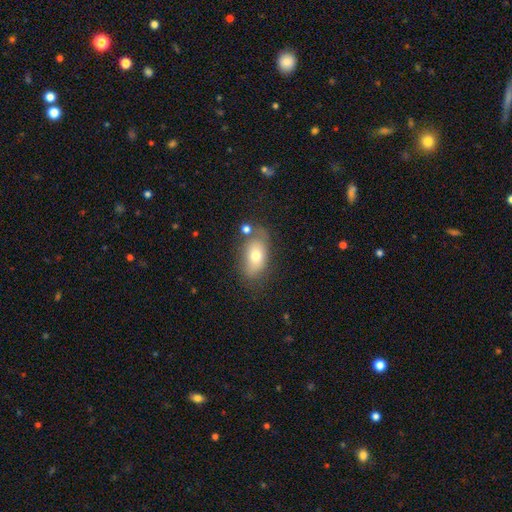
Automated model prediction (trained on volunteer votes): A smooth galaxy with no disk features (71%) that is in between round and cigar-shaped (88%). Merging: none (60%).